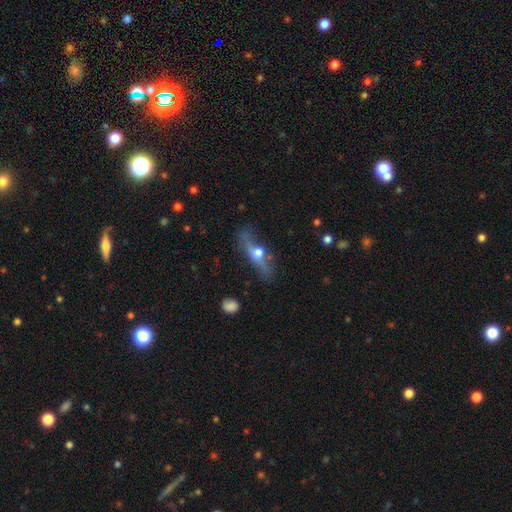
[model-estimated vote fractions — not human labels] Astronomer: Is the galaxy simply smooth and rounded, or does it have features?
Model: featured or disk — 63%.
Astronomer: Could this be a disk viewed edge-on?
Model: yes — 75%.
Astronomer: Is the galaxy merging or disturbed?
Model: none — 70%.